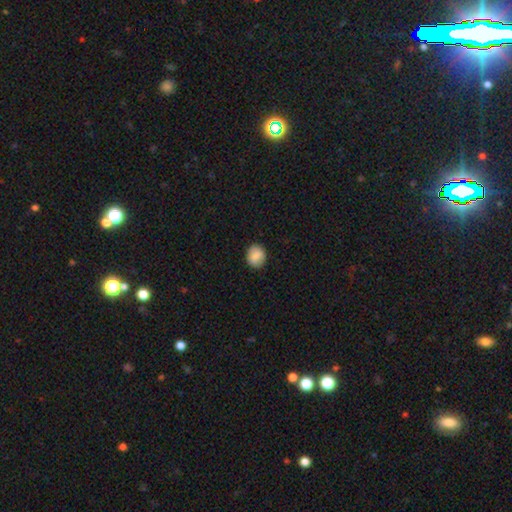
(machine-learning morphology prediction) A smooth galaxy with no disk features (85%) that is round (66%).

Vote fractions:
- Smooth or featured? smooth: 85% / star or artifact: 8% / featured or disk: 7%
- How rounded? round: 66% / in between: 33% / cigar-shaped: 1%
- Merging? none: 86% / minor disturbance: 11% / major disturbance: 2% / merger: 1%